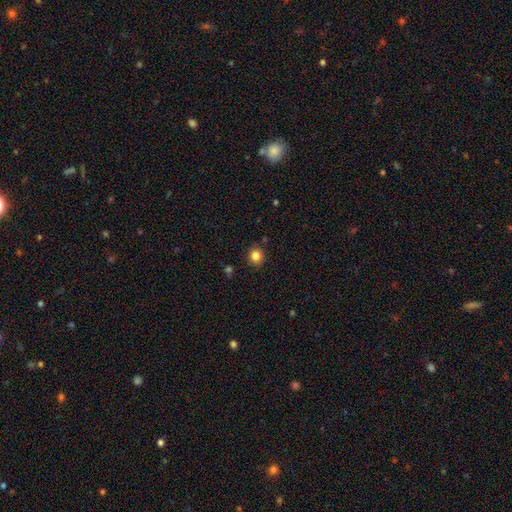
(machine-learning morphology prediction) This is clearly a smooth galaxy (83%). How rounded: clearly round (83%). Merging: clearly none (86%).